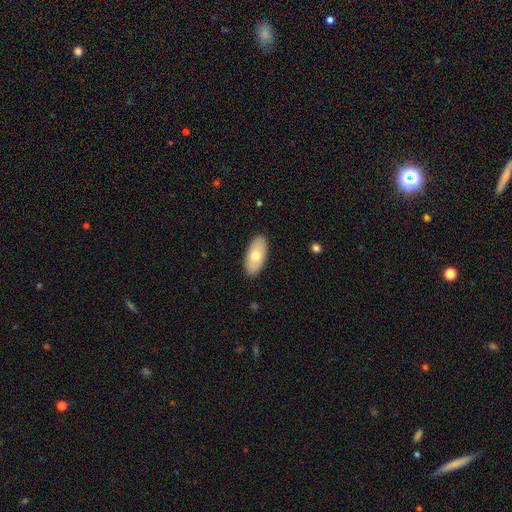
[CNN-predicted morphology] type=smooth (70%); roundness=in between (93%); merging=none (89%).